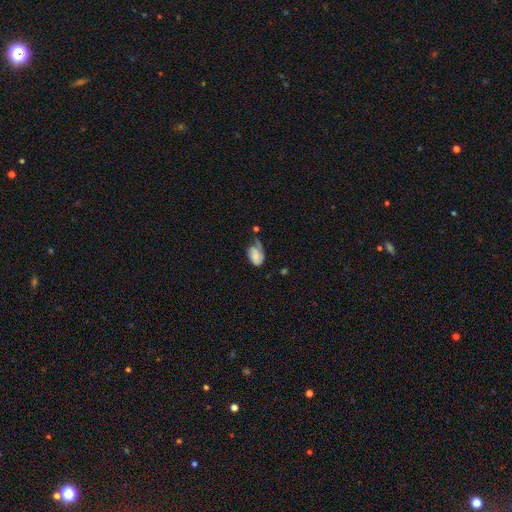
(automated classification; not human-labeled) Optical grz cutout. It shows a smooth galaxy with no disk features (56%) that is in between round and cigar-shaped (87%). Merging: minor disturbance (31%).